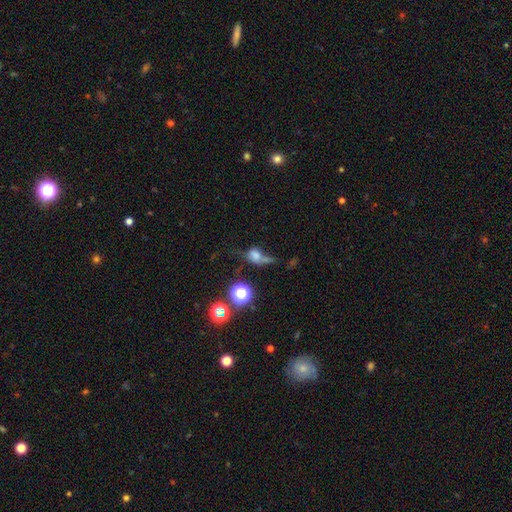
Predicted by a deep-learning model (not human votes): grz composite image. It shows a smooth galaxy with no disk features (53%) that is in between round and cigar-shaped (51%). Merging: major disturbance (31%).